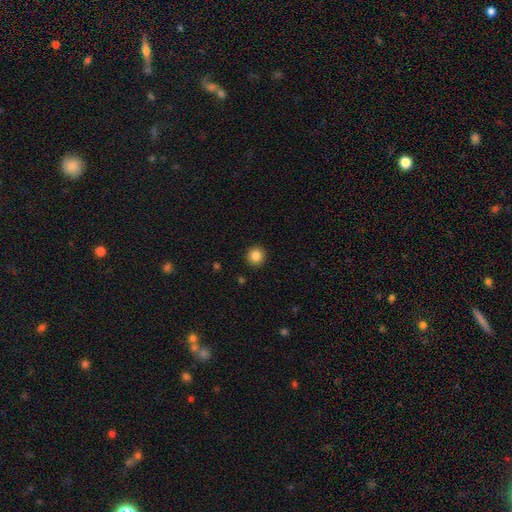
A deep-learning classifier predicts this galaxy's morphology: Q: Smooth or featured?
A: smooth (86%); runner-up: star or artifact (10%)
Q: How rounded?
A: round (94%); runner-up: in between (5%)
Q: Merging?
A: none (92%); runner-up: minor disturbance (5%)